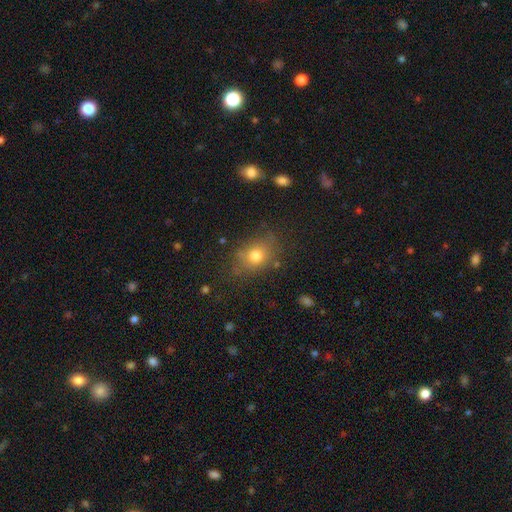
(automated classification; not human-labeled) smooth_or_featured: smooth (p=0.75) [alt: star or artifact p=0.13]
how_rounded: in between (p=0.53) [alt: round p=0.45]
merging: none (p=0.74) [alt: minor disturbance p=0.17]